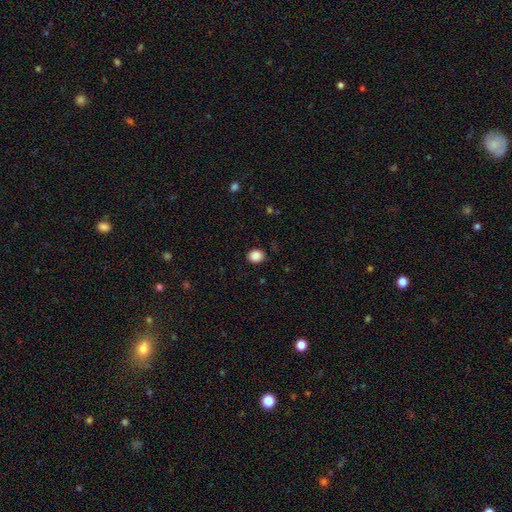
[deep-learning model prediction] smooth 88%, star or artifact 9%, featured or disk 3%. Down the decision tree: how rounded — round (60%); merging — none (87%).